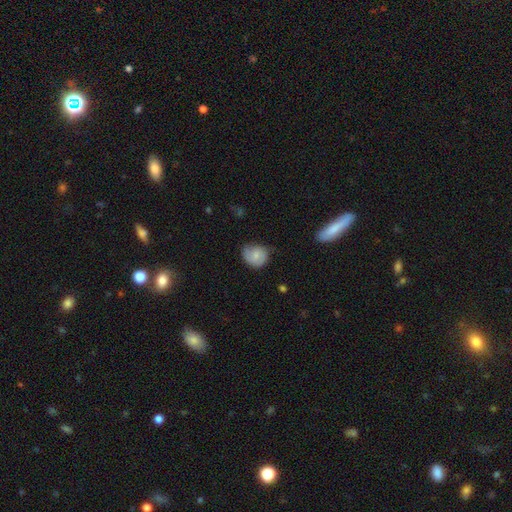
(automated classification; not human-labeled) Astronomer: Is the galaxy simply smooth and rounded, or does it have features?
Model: smooth — 61%.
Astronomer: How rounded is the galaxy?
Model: round — 69%.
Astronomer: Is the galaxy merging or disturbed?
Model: none — 53% (runner-up: minor disturbance, 36%).